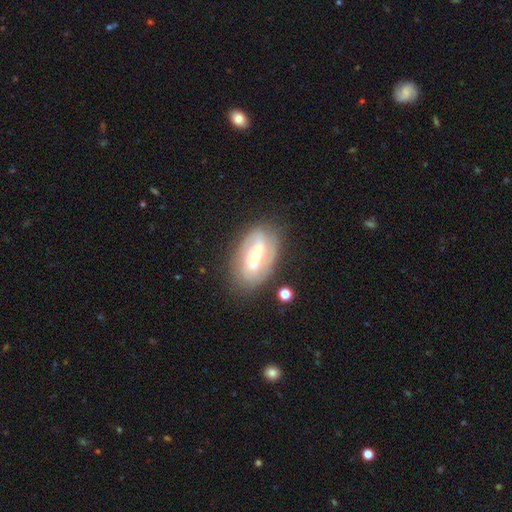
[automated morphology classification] A featured or disk galaxy (73%) with a strong bar (47%), 2 (68%) tight (47%) spiral arms (76%) and a moderate central bulge (59%). Merging: none (77%).